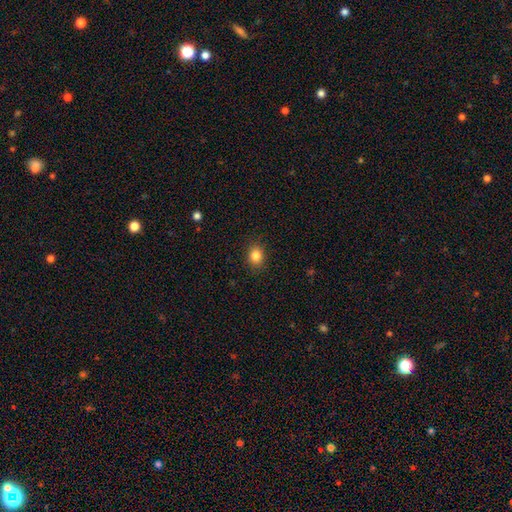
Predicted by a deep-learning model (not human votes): This is clearly a smooth galaxy (84%). How rounded: likely round (61%). Merging: clearly none (89%).